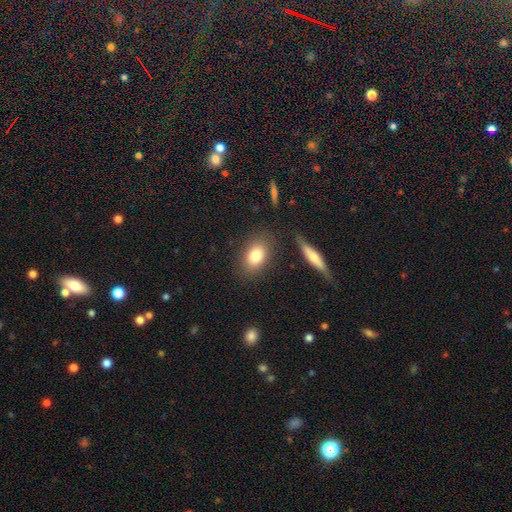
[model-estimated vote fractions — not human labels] smooth_or_featured: smooth (p=0.81) [alt: featured or disk p=0.11]
how_rounded: in between (p=0.82) [alt: round p=0.15]
merging: none (p=0.81) [alt: minor disturbance p=0.11]